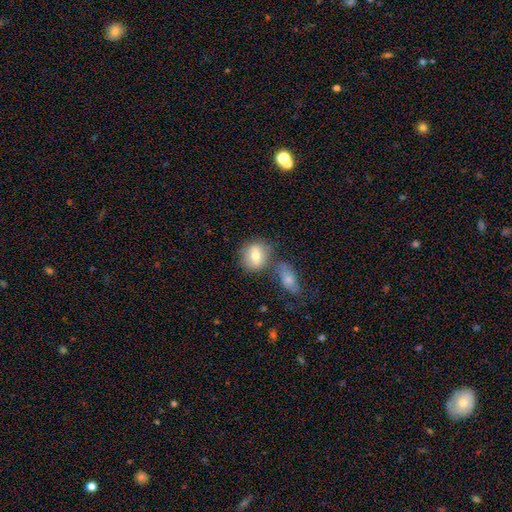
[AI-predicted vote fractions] This appears to be a smooth galaxy with no disk features (69%) that is round (67%). Merging: none (66%).